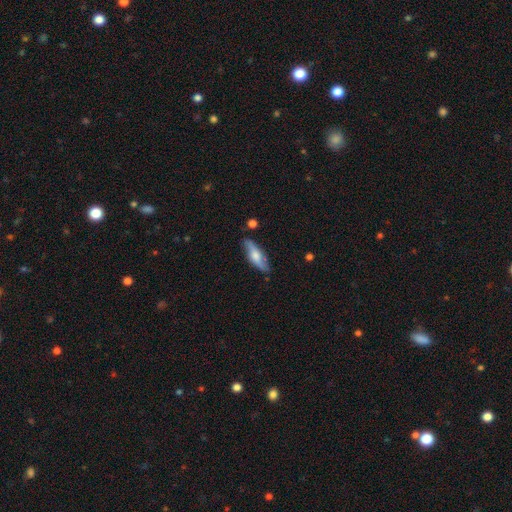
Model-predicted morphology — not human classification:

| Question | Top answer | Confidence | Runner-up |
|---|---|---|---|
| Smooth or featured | smooth | 52% | featured or disk (42%) |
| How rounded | in between | 49% | cigar-shaped (48%) |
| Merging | none | 79% | minor disturbance (15%) |